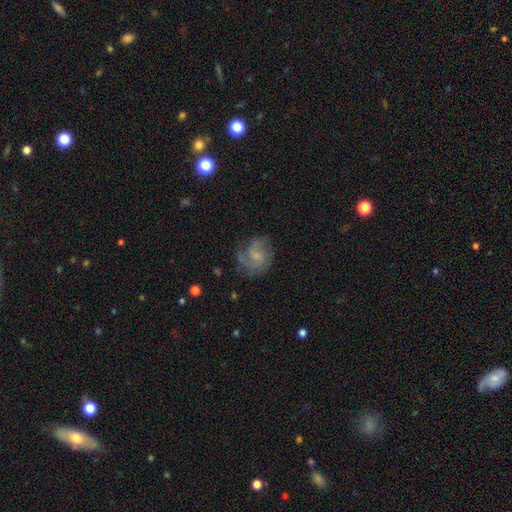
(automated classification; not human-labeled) smooth_or_featured: featured or disk (p=0.62) [alt: smooth p=0.29]
disk_edge_on: no (p=0.98) [alt: yes p=0.02]
bar: no (p=0.65) [alt: weak p=0.31]
has_spiral_arms: yes (p=0.86) [alt: no p=0.14]
spiral_winding: medium (p=0.44) [alt: tight p=0.34]
spiral_arm_count: 2 (p=0.33) [alt: can't tell p=0.30]
bulge_size: small (p=0.62) [alt: moderate p=0.21]
merging: none (p=0.59) [alt: minor disturbance p=0.23]